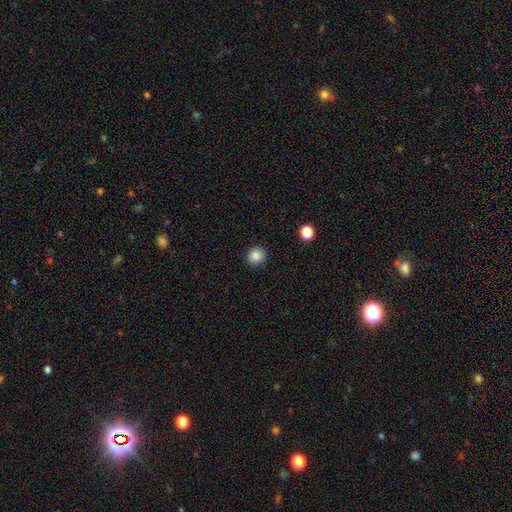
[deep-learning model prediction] Smooth or featured? smooth (86%)
How rounded? round (90%)
Merging? none (90%)